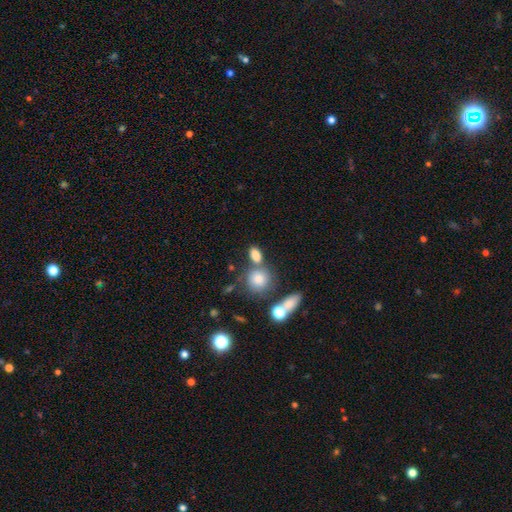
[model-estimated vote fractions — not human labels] smooth 81%, star or artifact 10%, featured or disk 9%. Down the decision tree: how rounded — in between (68%); merging — none (52%).